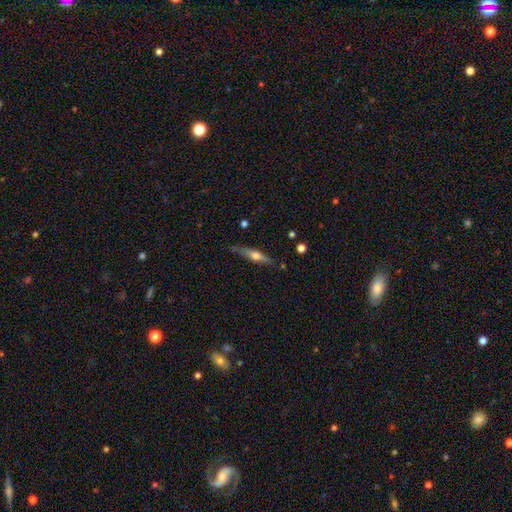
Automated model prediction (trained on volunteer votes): Smooth or featured? Predicted: featured or disk (p=0.52). Edge-on disk? Predicted: yes (p=0.93). Merging? Predicted: none (p=0.77).